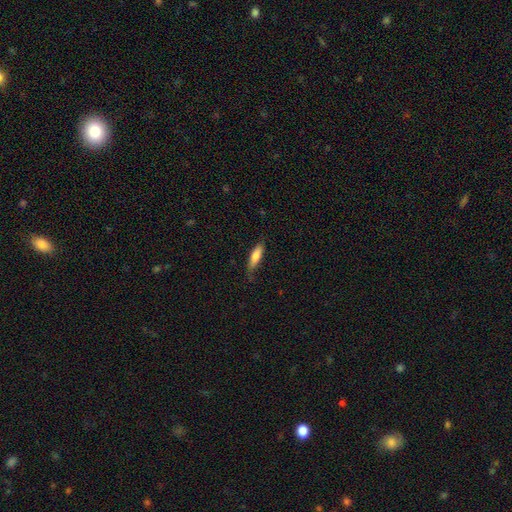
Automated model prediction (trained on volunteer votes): smooth_or_featured: smooth (p=0.77) [alt: featured or disk p=0.17]
how_rounded: cigar-shaped (p=0.61) [alt: in between p=0.38]
merging: none (p=0.71) [alt: minor disturbance p=0.23]